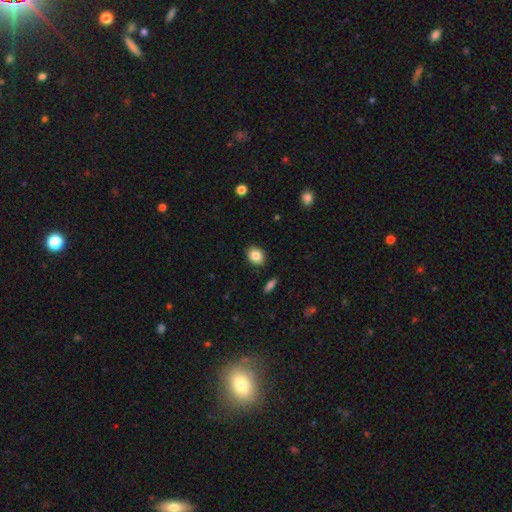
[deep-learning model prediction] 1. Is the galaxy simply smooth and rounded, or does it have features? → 85% smooth, 8% star or artifact, 7% featured or disk.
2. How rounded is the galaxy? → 58% in between, 41% round, 1% cigar-shaped.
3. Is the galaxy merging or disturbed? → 89% none, 7% minor disturbance, 2% major disturbance, 2% merger.